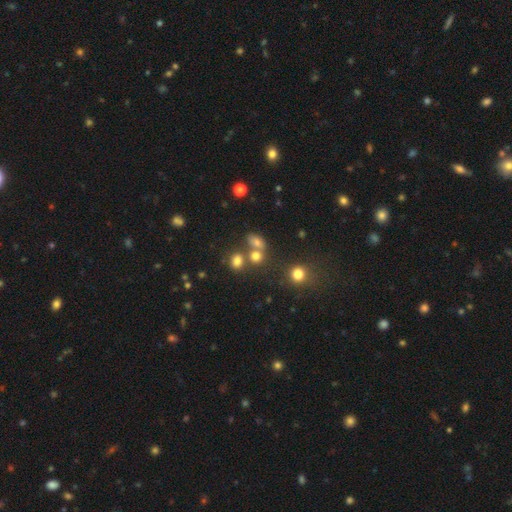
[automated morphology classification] A smooth galaxy with no disk features (71%) that is round (59%). Merging: none (51%).